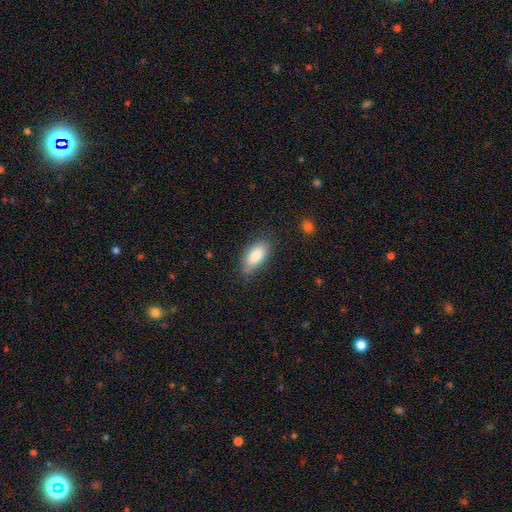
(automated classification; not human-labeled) Q: Smooth or featured?
A: smooth (86%); runner-up: featured or disk (8%)
Q: How rounded?
A: in between (89%); runner-up: cigar-shaped (8%)
Q: Merging?
A: none (75%); runner-up: minor disturbance (19%)